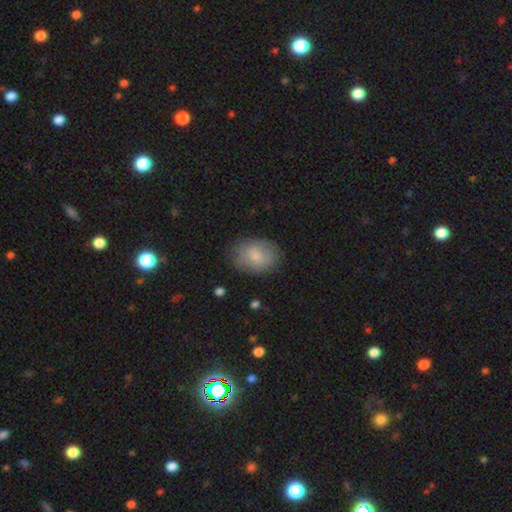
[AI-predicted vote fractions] smooth_or_featured: smooth (p=0.78) [alt: featured or disk p=0.15]
how_rounded: in between (p=0.75) [alt: round p=0.24]
merging: none (p=0.77) [alt: minor disturbance p=0.17]